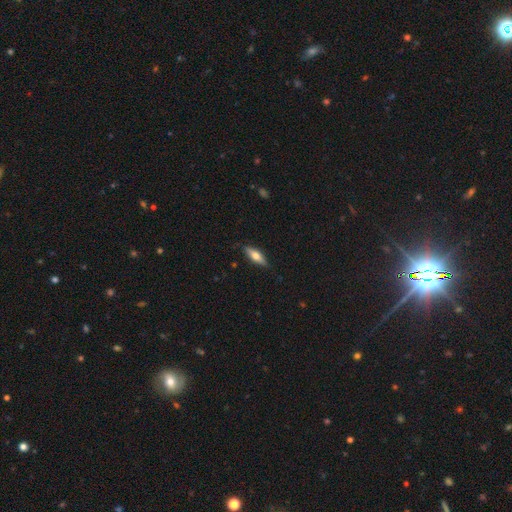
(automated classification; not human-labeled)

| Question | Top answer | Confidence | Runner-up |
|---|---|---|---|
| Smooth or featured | smooth | 58% | featured or disk (36%) |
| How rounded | cigar-shaped | 50% | in between (47%) |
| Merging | none | 84% | minor disturbance (13%) |